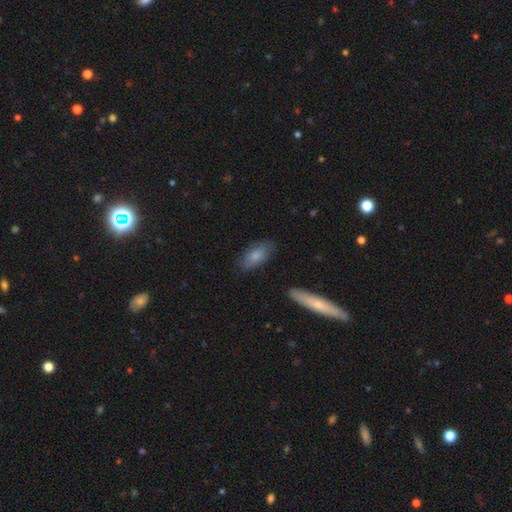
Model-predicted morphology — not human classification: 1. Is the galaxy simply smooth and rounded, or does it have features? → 80% smooth, 14% featured or disk, 6% star or artifact.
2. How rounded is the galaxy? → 88% in between, 9% cigar-shaped, 3% round.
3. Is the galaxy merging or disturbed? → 81% none, 14% minor disturbance, 3% major disturbance, 2% merger.